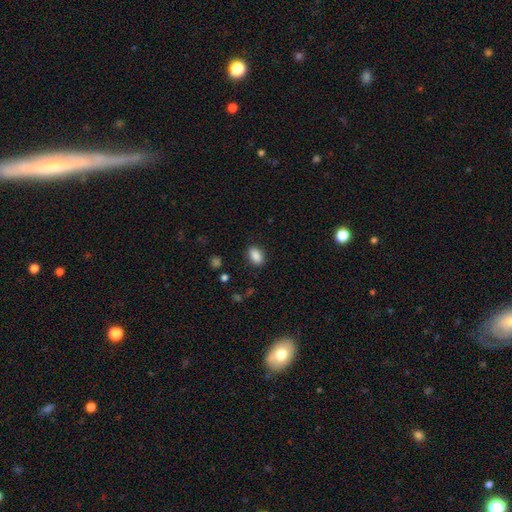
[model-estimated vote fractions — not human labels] Smooth or featured?
  - smooth: 88% *
  - star or artifact: 8%
  - featured or disk: 4%
How rounded?
  - in between: 88% *
  - round: 10%
  - cigar-shaped: 2%
Merging?
  - none: 87% *
  - minor disturbance: 9%
  - major disturbance: 3%
  - merger: 1%